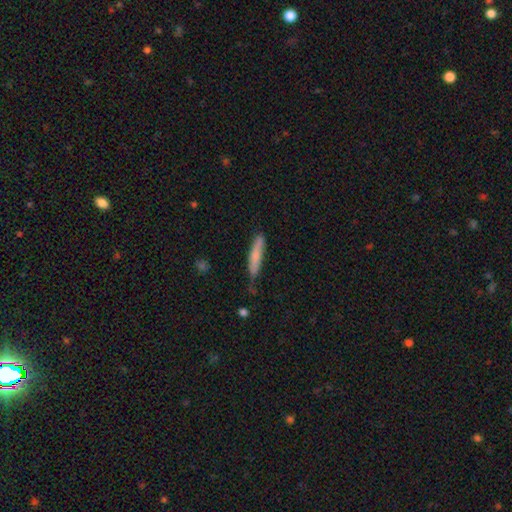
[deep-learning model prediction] This is likely a smooth galaxy (75%). How rounded: clearly cigar-shaped (89%). Merging: likely none (68%).